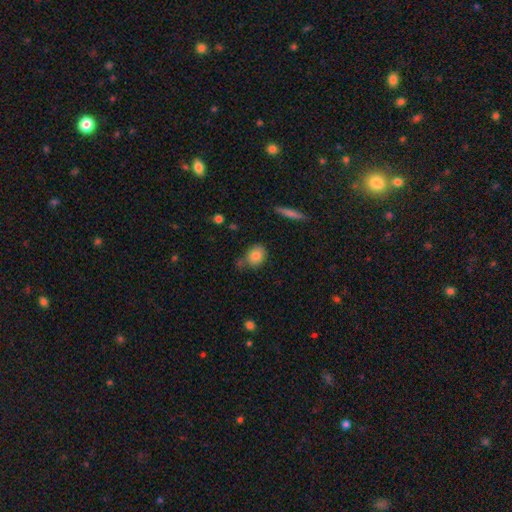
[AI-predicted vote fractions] Q: Smooth or featured?
A: smooth (81%); runner-up: featured or disk (10%)
Q: How rounded?
A: in between (53%); runner-up: round (45%)
Q: Merging?
A: none (58%); runner-up: minor disturbance (27%)